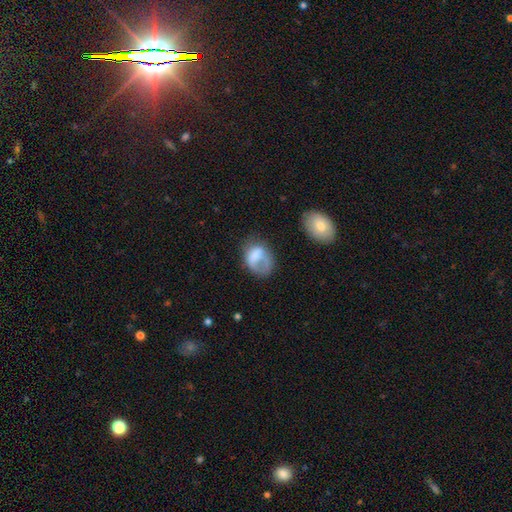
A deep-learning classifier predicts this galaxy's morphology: Overall: smooth (65%; featured or disk 26%). How rounded: in between (65%; round 33%). Merging: major disturbance (36%; none 33%).